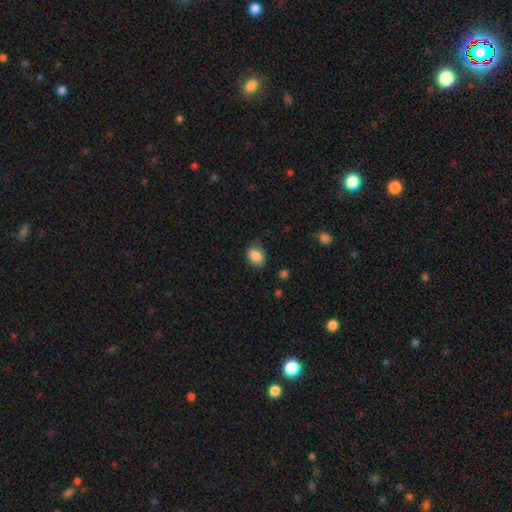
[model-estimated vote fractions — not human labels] Smooth or featured: smooth — 87% (star or artifact — 8%)
How rounded: in between — 68% (round — 31%)
Merging: none — 73% (minor disturbance — 21%)